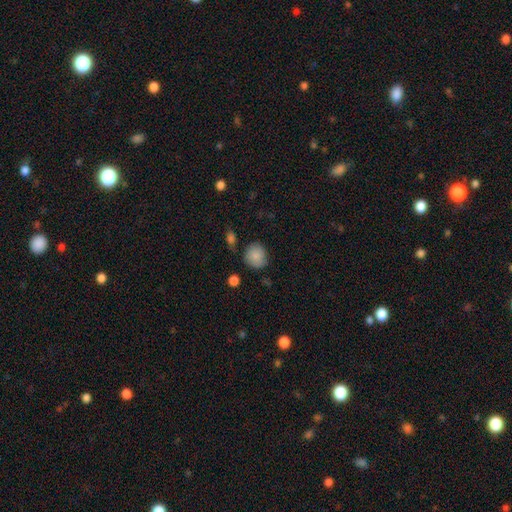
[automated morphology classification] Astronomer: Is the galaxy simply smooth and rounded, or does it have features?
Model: smooth — 86%.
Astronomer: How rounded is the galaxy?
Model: round — 84%.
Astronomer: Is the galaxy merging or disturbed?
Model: none — 76%.